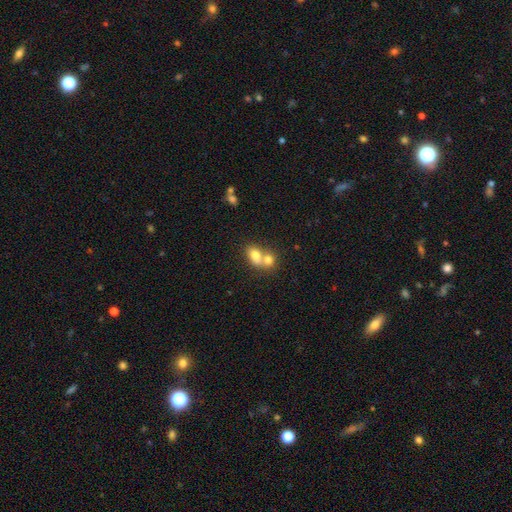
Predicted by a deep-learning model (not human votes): This appears to be a smooth galaxy with no disk features (73%) that is in between round and cigar-shaped (63%). Merging: merger (69%).